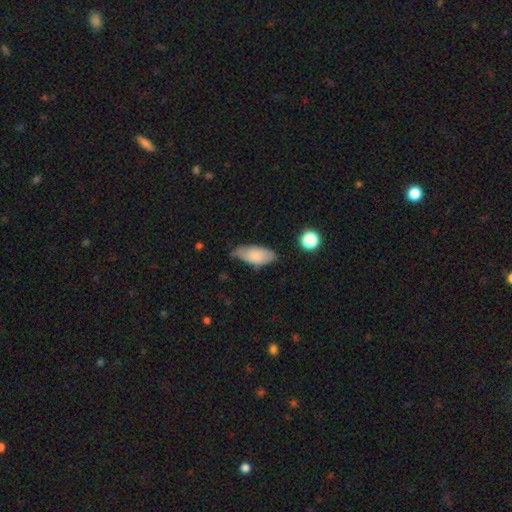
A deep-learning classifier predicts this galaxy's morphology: The model was most divided on "merging": none: 54%, minor disturbance: 36%, major disturbance: 7%, merger: 3%. More confident: how rounded — in between (89%); smooth or featured — smooth (81%).